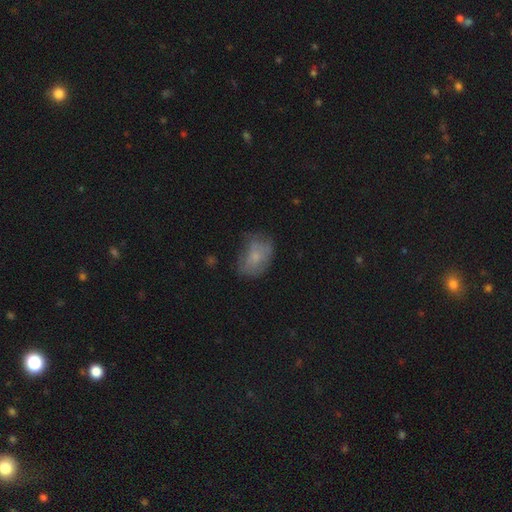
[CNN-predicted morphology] Q: Smooth or featured?
A: smooth (66%); runner-up: featured or disk (23%)
Q: How rounded?
A: in between (78%); runner-up: round (20%)
Q: Merging?
A: none (52%); runner-up: minor disturbance (30%)